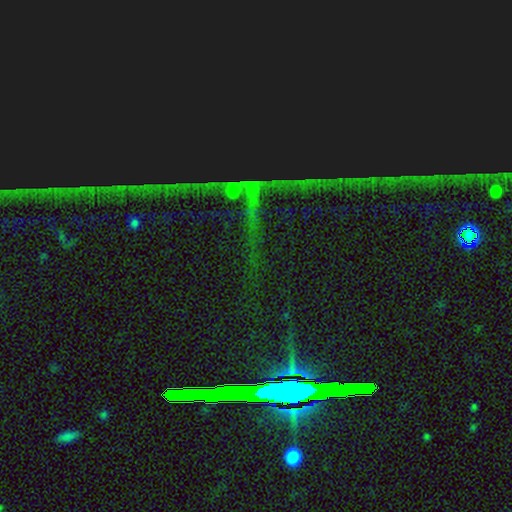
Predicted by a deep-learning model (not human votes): Smooth or featured? star or artifact (85%)